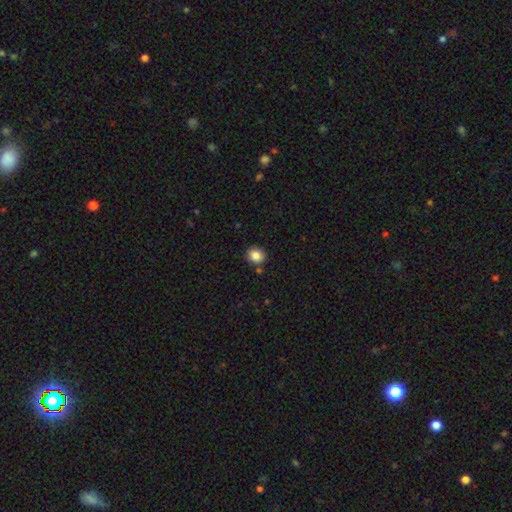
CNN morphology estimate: Overall: smooth (85%). How rounded: round (76%). Merging: none (87%).